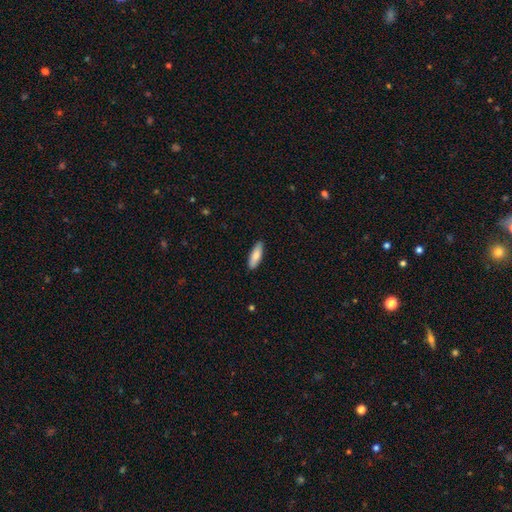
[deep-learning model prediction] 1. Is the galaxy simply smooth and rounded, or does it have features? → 80% smooth, 14% featured or disk, 6% star or artifact.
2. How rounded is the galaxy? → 53% in between, 45% cigar-shaped, 2% round.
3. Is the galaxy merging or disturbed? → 88% none, 9% minor disturbance, 2% major disturbance, 1% merger.